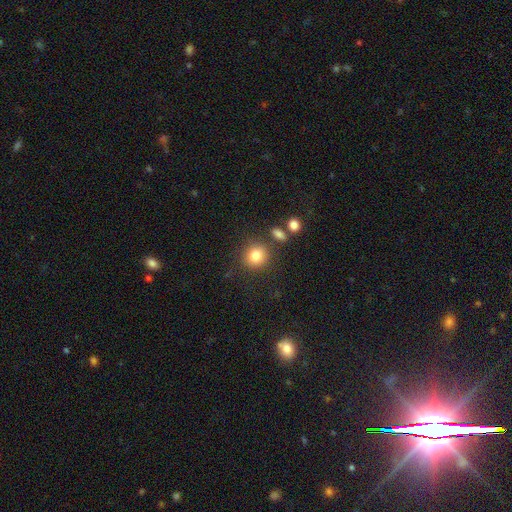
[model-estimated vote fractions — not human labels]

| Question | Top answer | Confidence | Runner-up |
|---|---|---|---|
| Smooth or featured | smooth | 83% | star or artifact (10%) |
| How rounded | round | 86% | in between (13%) |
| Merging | none | 80% | minor disturbance (10%) |